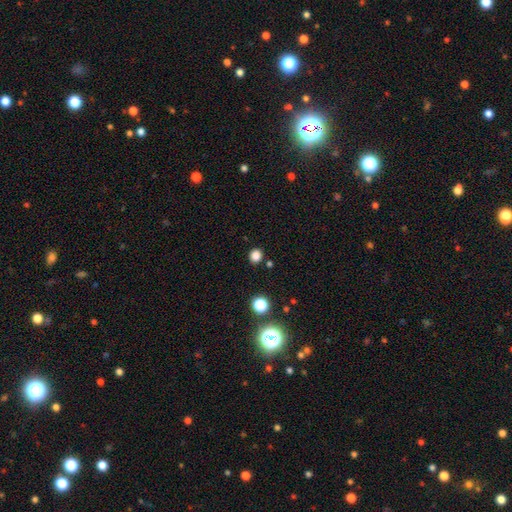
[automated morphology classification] This is clearly a smooth galaxy (82%). How rounded: likely round (80%). Merging: clearly none (88%).